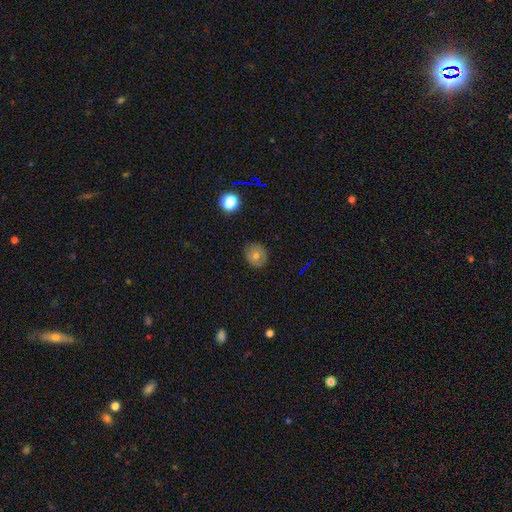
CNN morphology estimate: Smooth or featured? Predicted: smooth (p=0.67). How rounded? Predicted: round (p=0.85). Merging? Predicted: none (p=0.86).